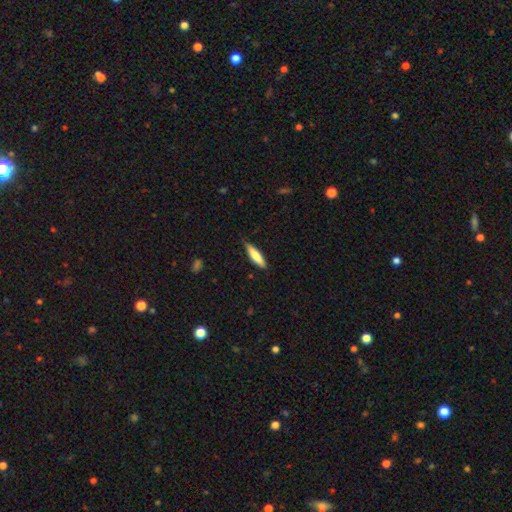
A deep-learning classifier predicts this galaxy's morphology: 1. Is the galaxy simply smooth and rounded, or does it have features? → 77% smooth, 17% featured or disk, 5% star or artifact.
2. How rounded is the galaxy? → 70% cigar-shaped, 29% in between, 1% round.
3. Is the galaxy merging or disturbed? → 78% none, 18% minor disturbance, 3% major disturbance, 1% merger.